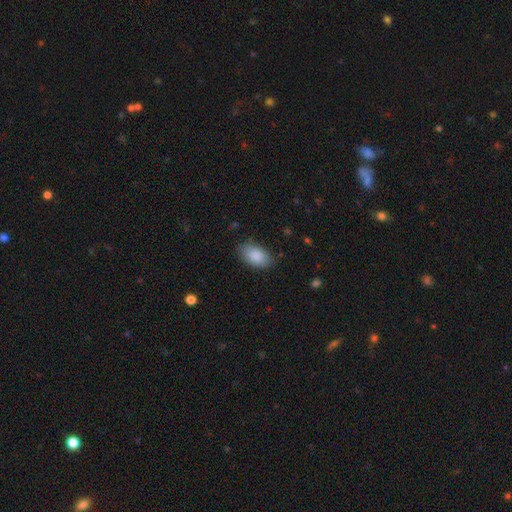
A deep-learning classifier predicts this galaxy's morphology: A smooth galaxy with no disk features (88%) that is in between round and cigar-shaped (94%). Merging: none (82%).